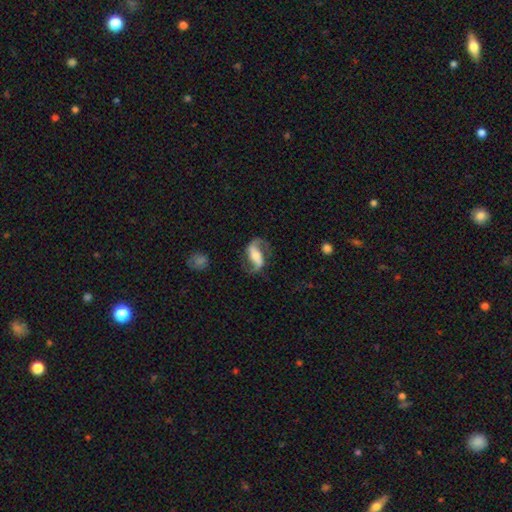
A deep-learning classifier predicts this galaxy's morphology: smooth_or_featured: featured or disk (p=0.82) [alt: smooth p=0.13]
disk_edge_on: no (p=0.94) [alt: yes p=0.06]
bar: strong (p=0.50) [alt: weak p=0.28]
has_spiral_arms: yes (p=0.94) [alt: no p=0.06]
spiral_winding: loose (p=0.60) [alt: medium p=0.31]
spiral_arm_count: 2 (p=0.91) [alt: 1 p=0.03]
bulge_size: moderate (p=0.38) [alt: small p=0.35]
merging: none (p=0.70) [alt: minor disturbance p=0.16]